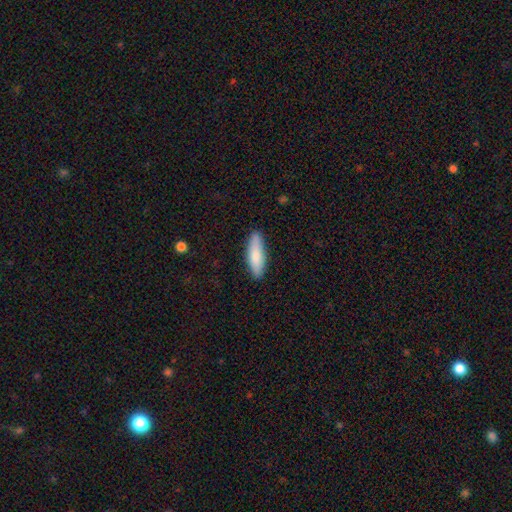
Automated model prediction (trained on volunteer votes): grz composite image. It shows a smooth galaxy with no disk features (81%) that is cigar-shaped (54%). Merging: none (88%).